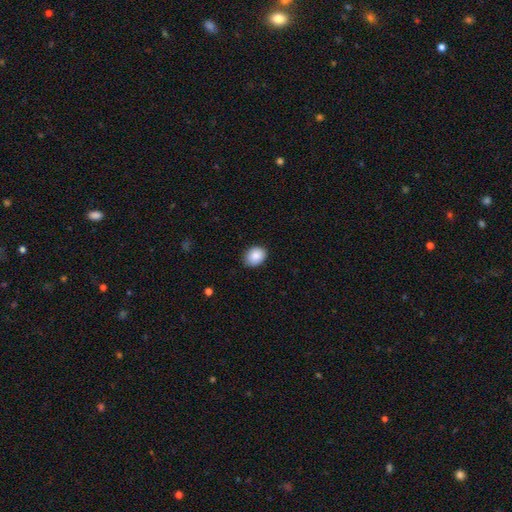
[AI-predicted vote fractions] Overall: smooth (88%). How rounded: in between (56%; round 43%). Merging: none (82%).